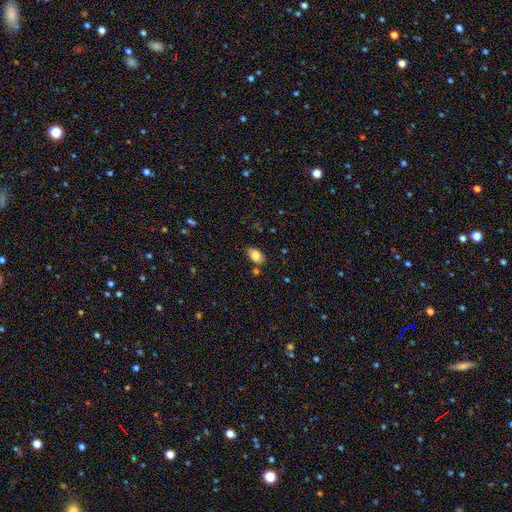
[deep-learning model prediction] Smooth or featured? smooth (84%)
How rounded? in between (92%)
Merging? none (76%)